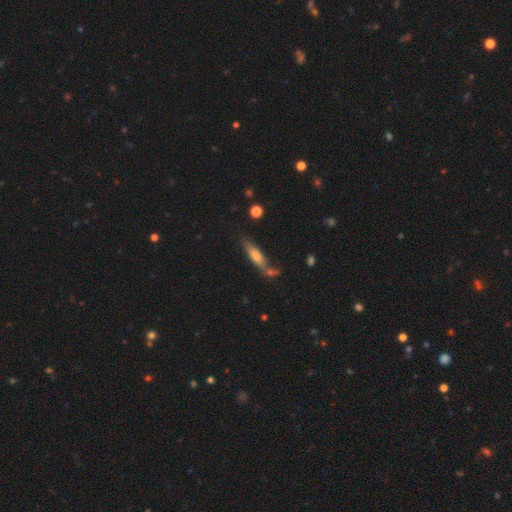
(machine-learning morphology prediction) This is possibly a smooth galaxy (54%). How rounded: likely cigar-shaped (74%). Merging: likely none (61%).